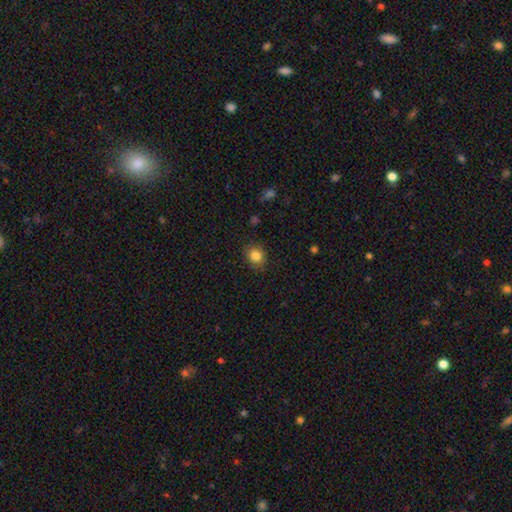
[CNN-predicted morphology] The model was most divided on "how rounded": round: 63%, in between: 36%, cigar-shaped: 1%. More confident: merging — none (87%); smooth or featured — smooth (84%).